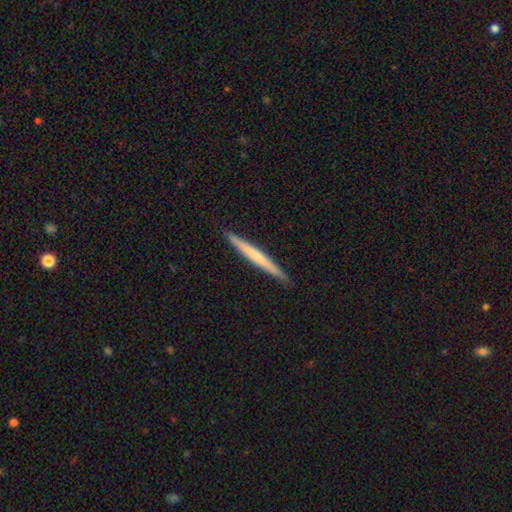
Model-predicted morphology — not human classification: smooth-or-featured: smooth: 52% | featured or disk: 43% | star or artifact: 5%
  how-rounded: cigar-shaped: 97% | in between: 2% | round: 1%
  merging: none: 92% | minor disturbance: 6% | major disturbance: 1% | merger: 1%